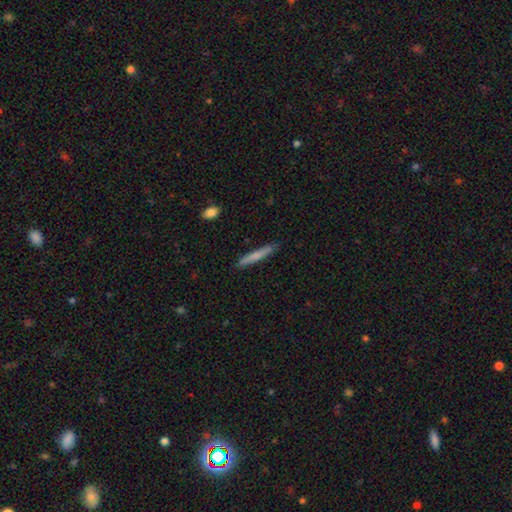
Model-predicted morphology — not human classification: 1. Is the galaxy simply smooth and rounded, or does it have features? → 69% smooth, 25% featured or disk, 6% star or artifact.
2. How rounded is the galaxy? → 95% cigar-shaped, 3% in between, 1% round.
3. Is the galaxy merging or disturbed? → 88% none, 10% minor disturbance, 2% major disturbance, 1% merger.